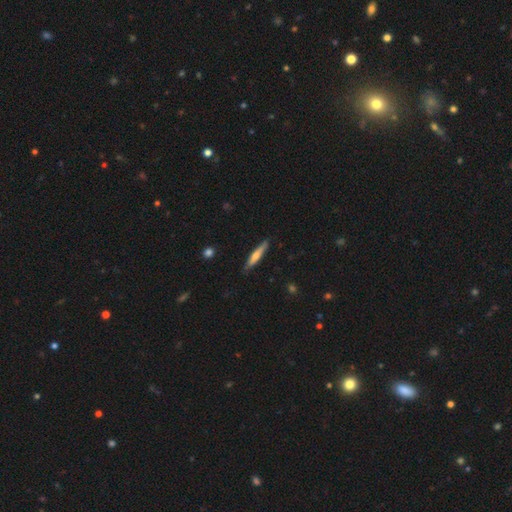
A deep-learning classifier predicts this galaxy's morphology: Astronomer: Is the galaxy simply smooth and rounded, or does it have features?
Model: smooth — 53% (runner-up: featured or disk, 42%).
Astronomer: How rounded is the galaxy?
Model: cigar-shaped — 91%.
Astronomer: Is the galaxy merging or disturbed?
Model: none — 86%.